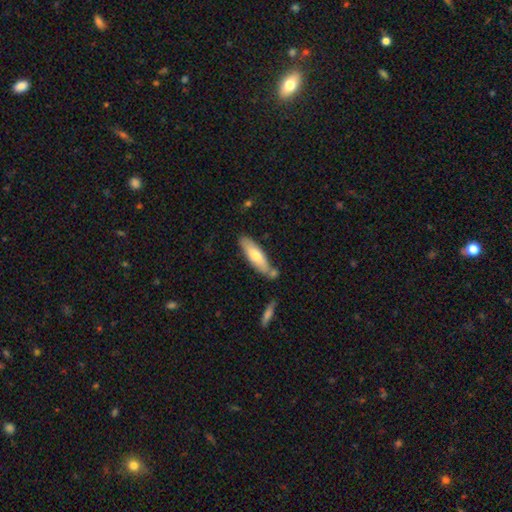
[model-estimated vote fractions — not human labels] Smooth or featured? Predicted: smooth (p=0.67). How rounded? Predicted: cigar-shaped (p=0.62). Merging? Predicted: none (p=0.67).